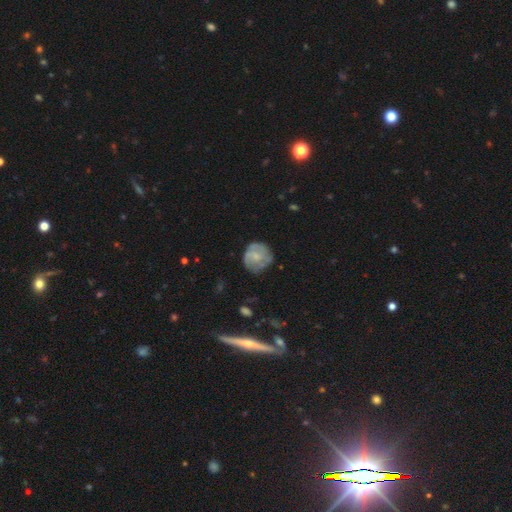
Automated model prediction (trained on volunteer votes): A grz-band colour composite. It shows a featured or disk galaxy (47%). Merging: none (67%).